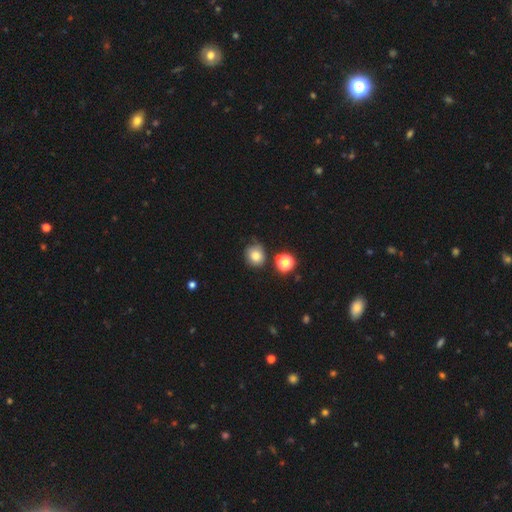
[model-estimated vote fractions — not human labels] A smooth galaxy with no disk features (79%) that is round (80%). Merging: none (70%).